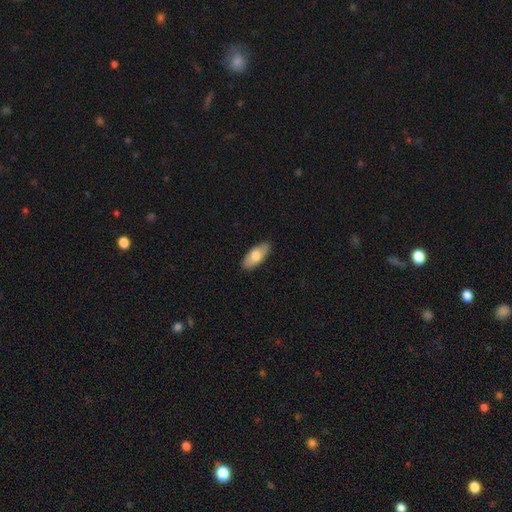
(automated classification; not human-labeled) Smooth or featured: smooth — 75% (featured or disk — 19%)
How rounded: in between — 88% (cigar-shaped — 9%)
Merging: none — 87% (minor disturbance — 10%)